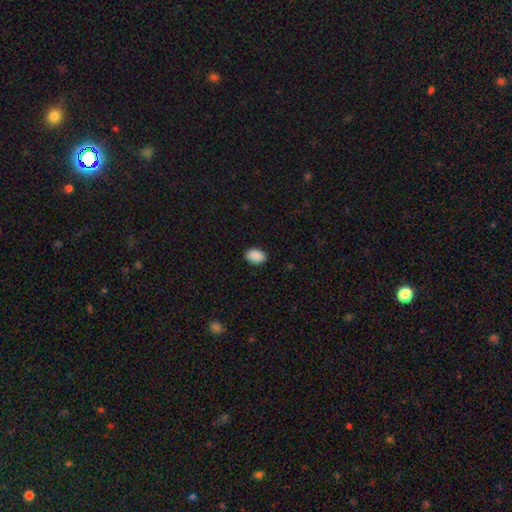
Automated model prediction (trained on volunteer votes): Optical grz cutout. It shows a smooth galaxy with no disk features (91%) that is in between round and cigar-shaped (81%). Merging: none (89%).